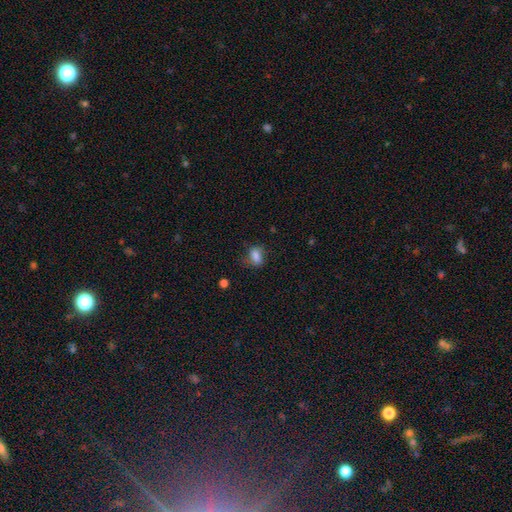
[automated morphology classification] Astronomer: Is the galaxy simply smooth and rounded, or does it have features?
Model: smooth — 80%.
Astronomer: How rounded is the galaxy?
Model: in between — 74%.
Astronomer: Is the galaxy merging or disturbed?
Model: none — 60%.